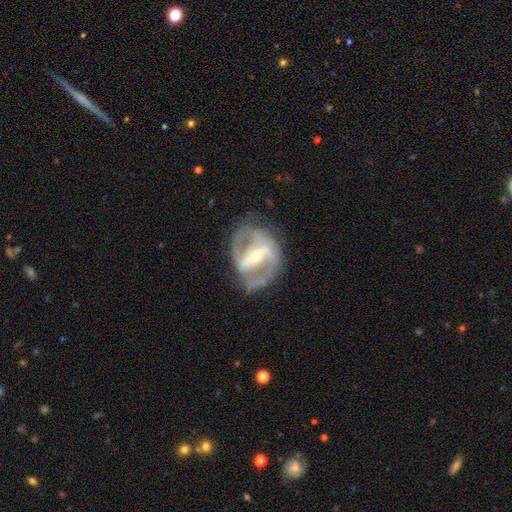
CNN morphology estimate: smooth_or_featured: featured or disk (p=0.89) [alt: smooth p=0.06]
disk_edge_on: no (p=0.96) [alt: yes p=0.04]
bar: strong (p=0.62) [alt: weak p=0.28]
has_spiral_arms: yes (p=0.94) [alt: no p=0.06]
spiral_winding: medium (p=0.54) [alt: tight p=0.26]
spiral_arm_count: 2 (p=0.76) [alt: 3 p=0.10]
bulge_size: small (p=0.52) [alt: moderate p=0.44]
merging: none (p=0.69) [alt: minor disturbance p=0.18]